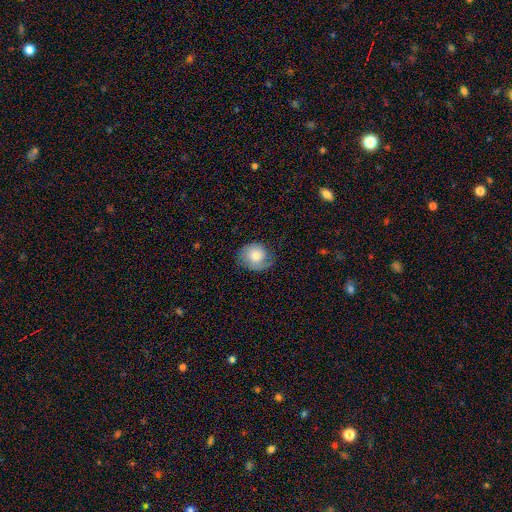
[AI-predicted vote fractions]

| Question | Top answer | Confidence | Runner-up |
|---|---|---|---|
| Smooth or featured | smooth | 55% | featured or disk (38%) |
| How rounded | round | 72% | in between (27%) |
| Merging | none | 62% | minor disturbance (25%) |